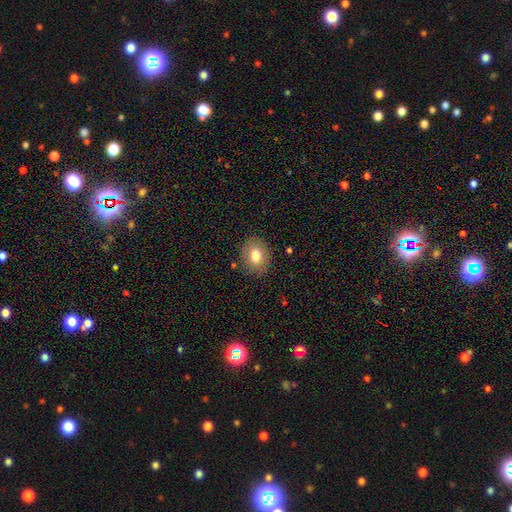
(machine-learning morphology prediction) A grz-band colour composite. It shows a smooth galaxy with no disk features (76%) that is in between round and cigar-shaped (54%). Merging: none (85%).